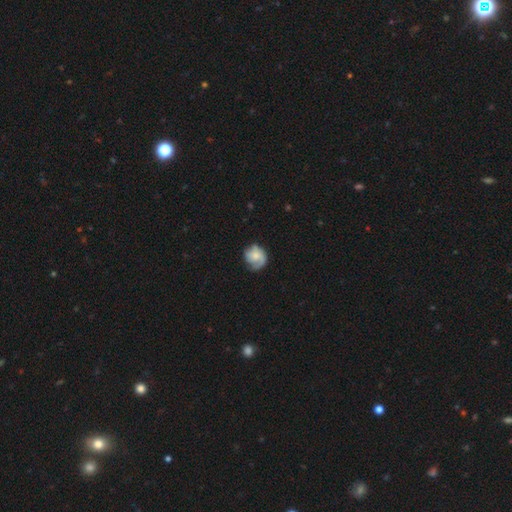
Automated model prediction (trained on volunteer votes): This is possibly a featured or disk galaxy (50%). It is clearly not viewed edge-on (97%). Merging: likely none (61%).